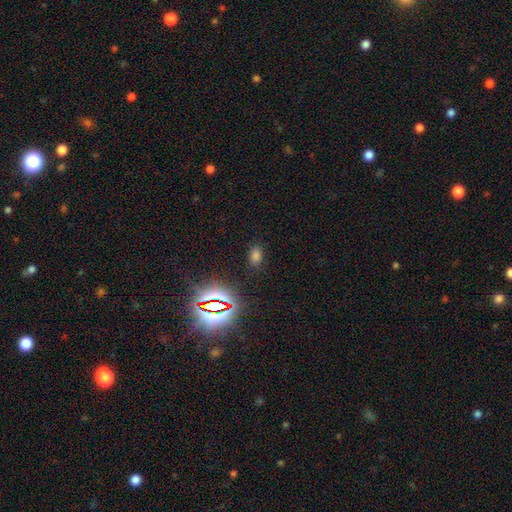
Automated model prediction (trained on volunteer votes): Morphology: type=smooth (68%); roundness=in between (87%); merging=none (85%).